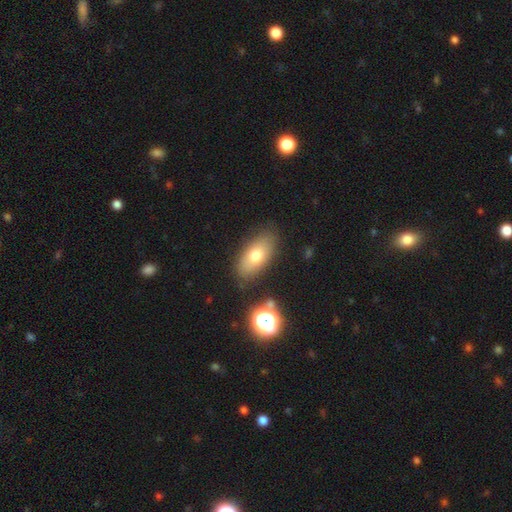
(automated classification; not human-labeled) Smooth or featured? Predicted: smooth (p=0.71). How rounded? Predicted: in between (p=0.86). Merging? Predicted: none (p=0.81).